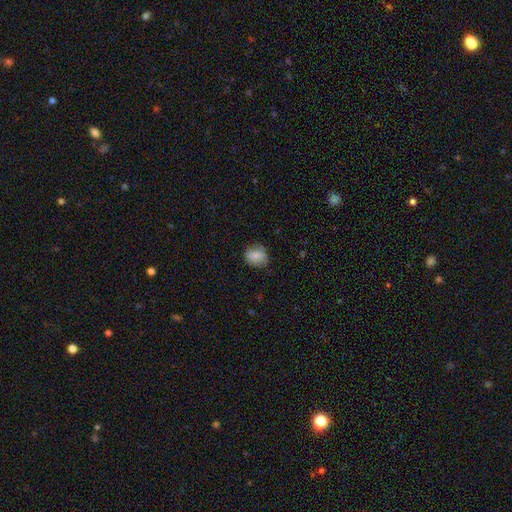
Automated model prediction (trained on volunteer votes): smooth 78%, featured or disk 14%, star or artifact 8%. Down the decision tree: how rounded — round (64%); merging — none (75%).